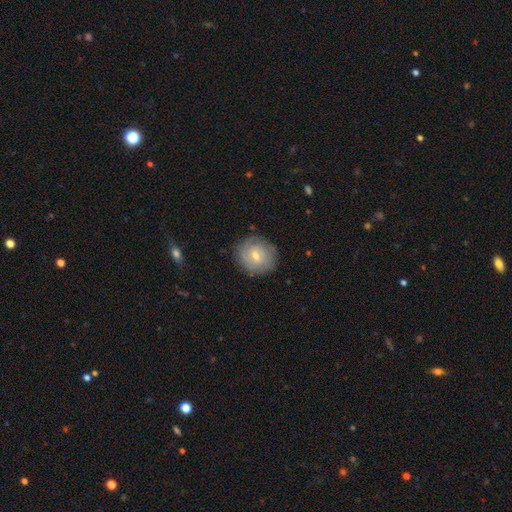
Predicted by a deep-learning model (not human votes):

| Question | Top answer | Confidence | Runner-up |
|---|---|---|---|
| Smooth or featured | featured or disk | 53% | smooth (38%) |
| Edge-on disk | no | 96% | yes (4%) |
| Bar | no | 50% | weak (42%) |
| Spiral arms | yes | 77% | no (23%) |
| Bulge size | small | 54% | moderate (43%) |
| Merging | none | 84% | minor disturbance (12%) |